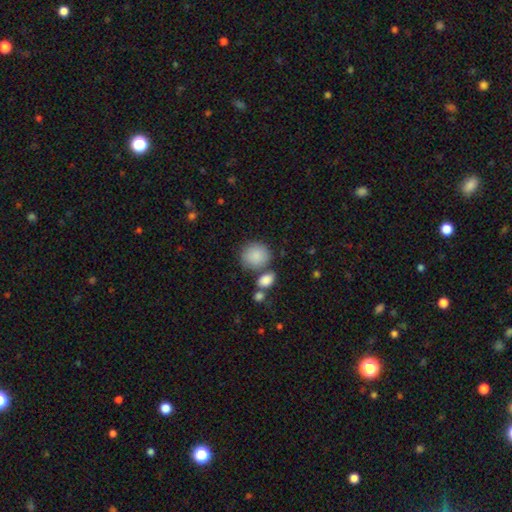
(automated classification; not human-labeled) Overall: smooth (88%). How rounded: round (81%). Merging: none (65%).